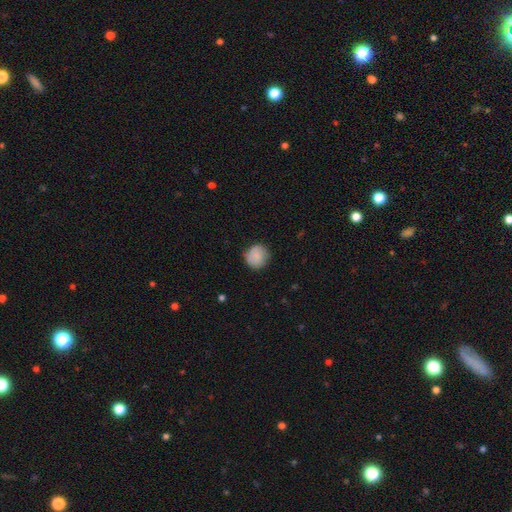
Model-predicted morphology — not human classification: smooth_or_featured: smooth (p=0.85) [alt: star or artifact p=0.07]
how_rounded: round (p=0.92) [alt: in between p=0.07]
merging: none (p=0.84) [alt: minor disturbance p=0.13]